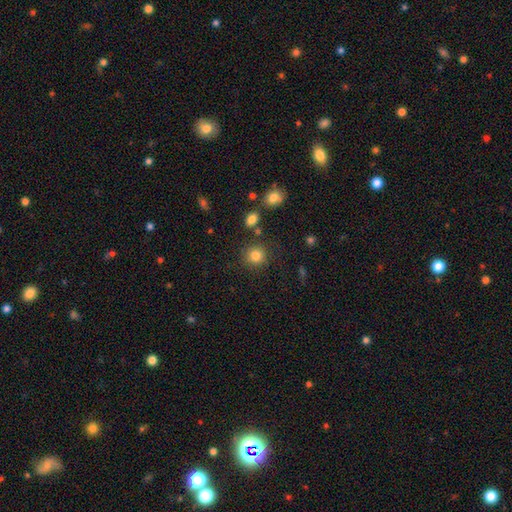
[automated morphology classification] Q: Smooth or featured?
A: smooth (83%); runner-up: star or artifact (11%)
Q: How rounded?
A: round (90%); runner-up: in between (9%)
Q: Merging?
A: none (84%); runner-up: minor disturbance (8%)